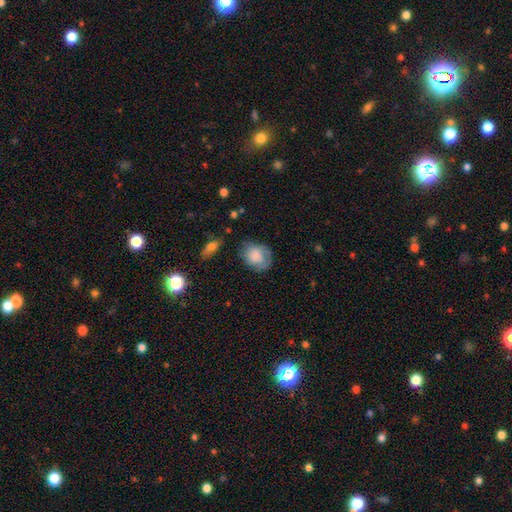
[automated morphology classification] smooth-or-featured: smooth: 71% | featured or disk: 21% | star or artifact: 8%
  how-rounded: in between: 52% | round: 47% | cigar-shaped: 1%
  merging: none: 57% | minor disturbance: 28% | major disturbance: 12% | merger: 3%